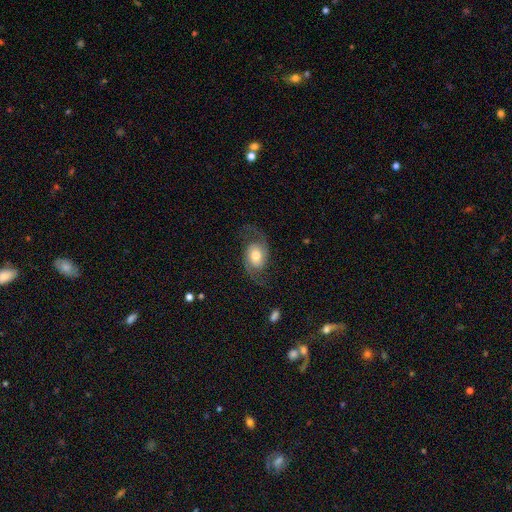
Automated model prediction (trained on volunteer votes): Smooth or featured? Predicted: featured or disk (p=0.75). Edge-on disk? Predicted: no (p=0.97). Bar? Predicted: no (p=0.64). Spiral arms? Predicted: yes (p=0.93). Spiral winding? Predicted: loose (p=0.47). Spiral arm count? Predicted: 2 (p=0.92). Bulge size? Predicted: moderate (p=0.60). Merging? Predicted: none (p=0.73).